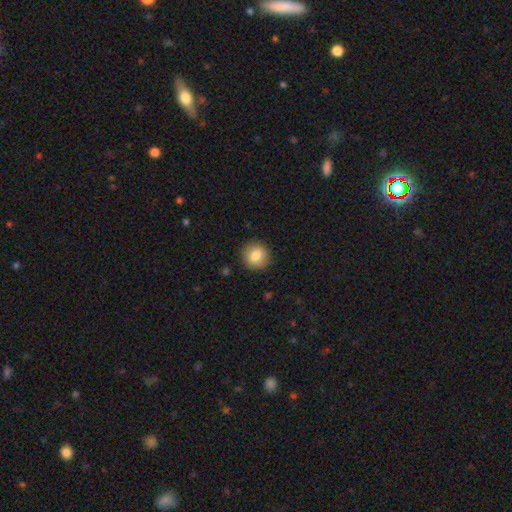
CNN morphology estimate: Smooth or featured? Predicted: smooth (p=0.82). How rounded? Predicted: round (p=0.90). Merging? Predicted: none (p=0.90).